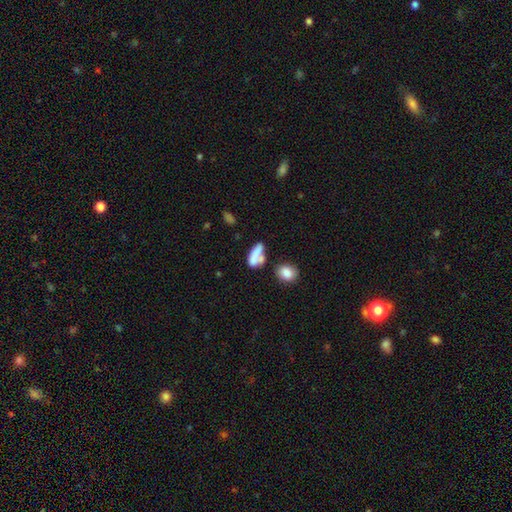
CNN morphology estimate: A smooth galaxy with no disk features (70%) that is in between round and cigar-shaped (75%). Merging: merger (35%).